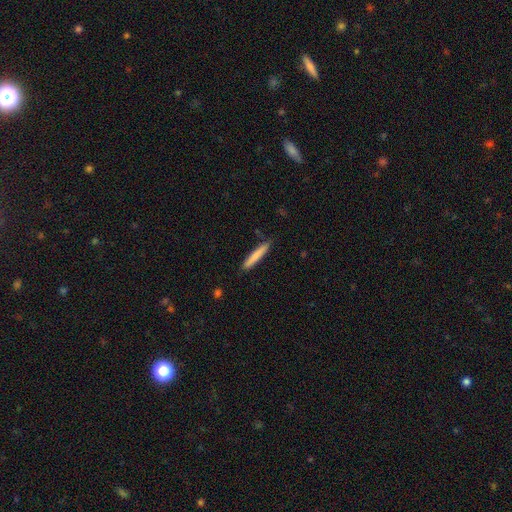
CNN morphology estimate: A smooth galaxy with no disk features (79%) that is cigar-shaped (94%).

Vote fractions:
- Smooth or featured? smooth: 79% / featured or disk: 16% / star or artifact: 6%
- How rounded? cigar-shaped: 94% / in between: 5% / round: 1%
- Merging? none: 86% / minor disturbance: 11% / major disturbance: 2% / merger: 2%